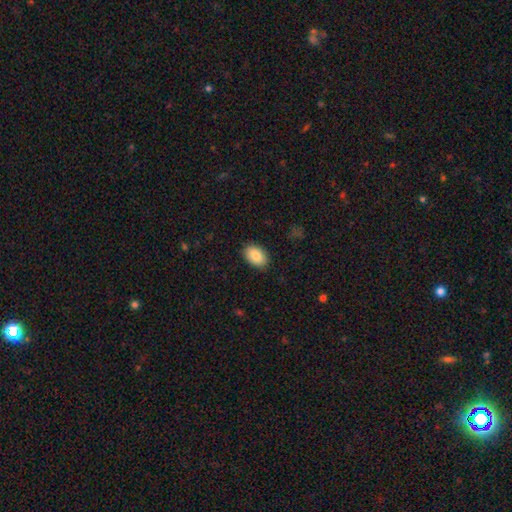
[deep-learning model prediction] A smooth galaxy with no disk features (88%) that is in between round and cigar-shaped (89%).

Vote fractions:
- Smooth or featured? smooth: 88% / star or artifact: 7% / featured or disk: 6%
- How rounded? in between: 89% / round: 10% / cigar-shaped: 1%
- Merging? none: 89% / minor disturbance: 8% / major disturbance: 2% / merger: 1%